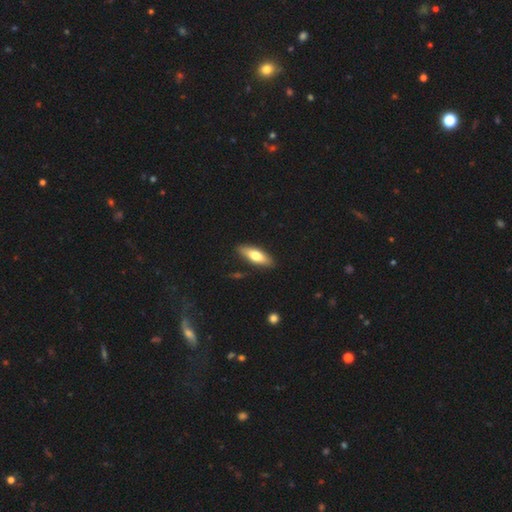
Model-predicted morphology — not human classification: The model was most divided on "how rounded": in between: 53%, cigar-shaped: 44%, round: 2%. More confident: merging — none (88%); smooth or featured — smooth (67%).